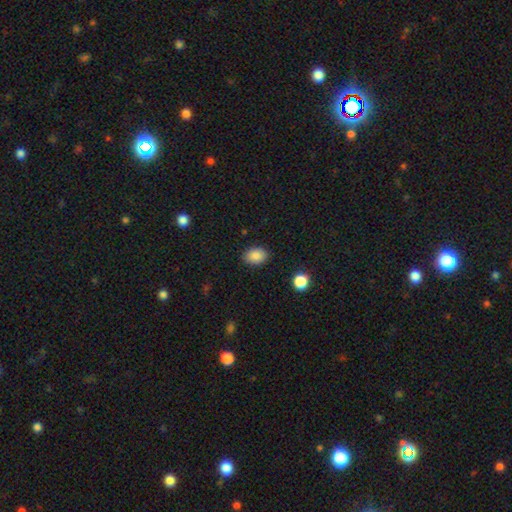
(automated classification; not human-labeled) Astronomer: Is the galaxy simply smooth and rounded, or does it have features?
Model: smooth — 88%.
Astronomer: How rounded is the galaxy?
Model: in between — 74%.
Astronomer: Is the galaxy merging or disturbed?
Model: none — 87%.